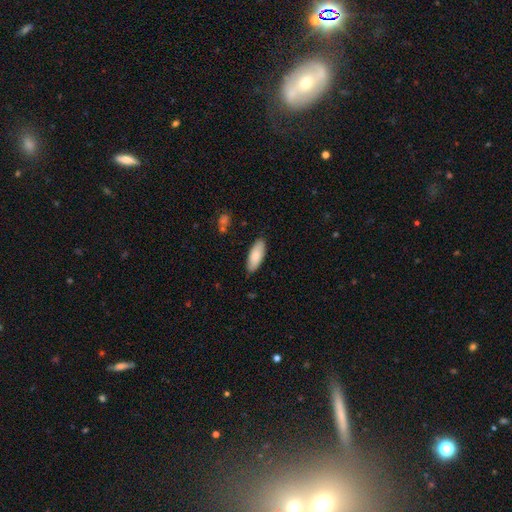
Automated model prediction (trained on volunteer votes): smooth 85%, featured or disk 9%, star or artifact 6%. Down the decision tree: how rounded — in between (78%); merging — none (86%).